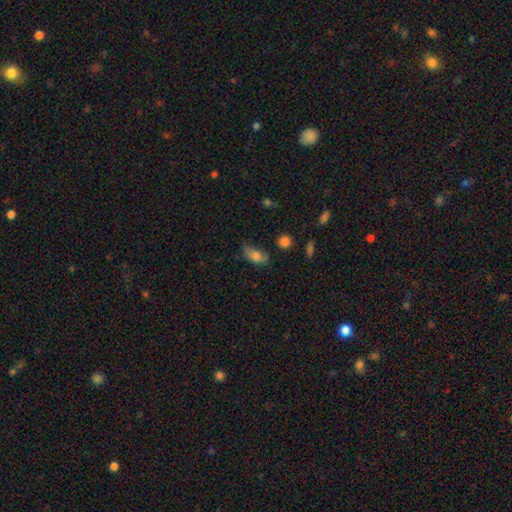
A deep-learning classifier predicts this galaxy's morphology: This appears to be a smooth galaxy with no disk features (79%) that is in between round and cigar-shaped (87%). Merging: none (54%).